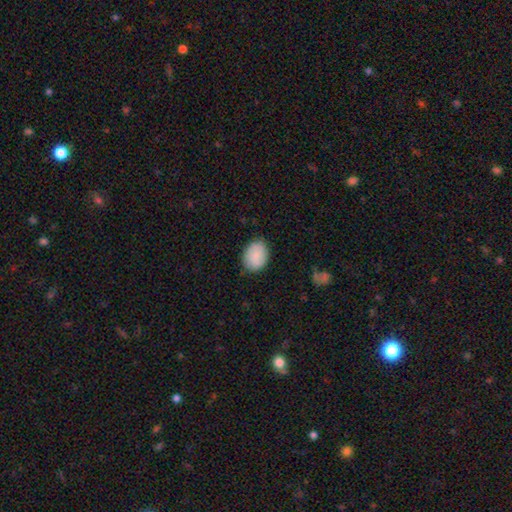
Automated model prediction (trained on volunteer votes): Q: Smooth or featured?
A: smooth (85%); runner-up: featured or disk (9%)
Q: How rounded?
A: in between (66%); runner-up: round (33%)
Q: Merging?
A: none (82%); runner-up: minor disturbance (14%)